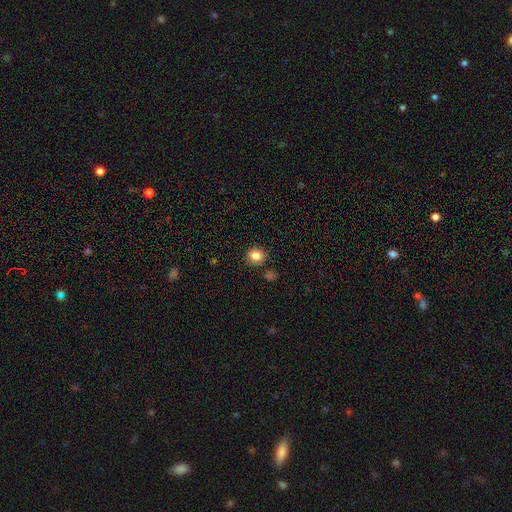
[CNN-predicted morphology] smooth_or_featured: smooth (p=0.84) [alt: star or artifact p=0.11]
how_rounded: round (p=0.83) [alt: in between p=0.16]
merging: none (p=0.85) [alt: minor disturbance p=0.09]